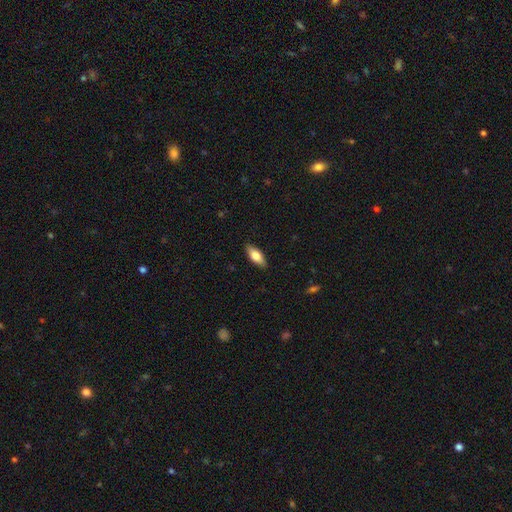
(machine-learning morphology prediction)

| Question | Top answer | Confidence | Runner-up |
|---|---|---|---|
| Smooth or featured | smooth | 71% | featured or disk (23%) |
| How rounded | in between | 77% | cigar-shaped (21%) |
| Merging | none | 88% | minor disturbance (9%) |